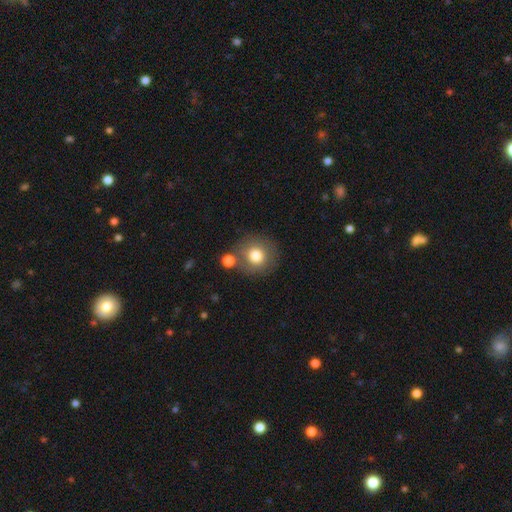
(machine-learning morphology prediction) A smooth galaxy with no disk features (77%) that is round (90%). Merging: none (71%).